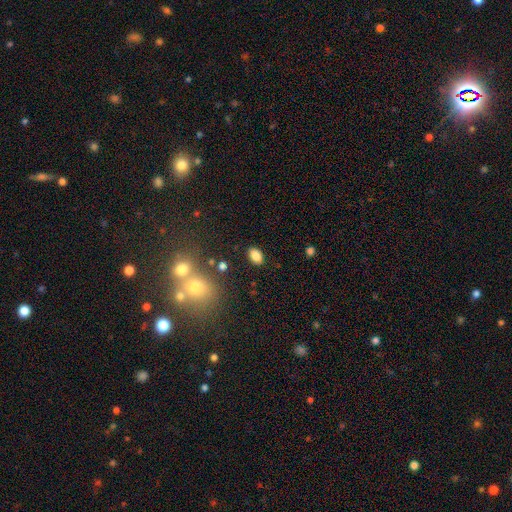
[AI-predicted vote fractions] Smooth or featured: smooth — 84% (star or artifact — 10%)
How rounded: in between — 87% (round — 11%)
Merging: none — 85% (minor disturbance — 9%)